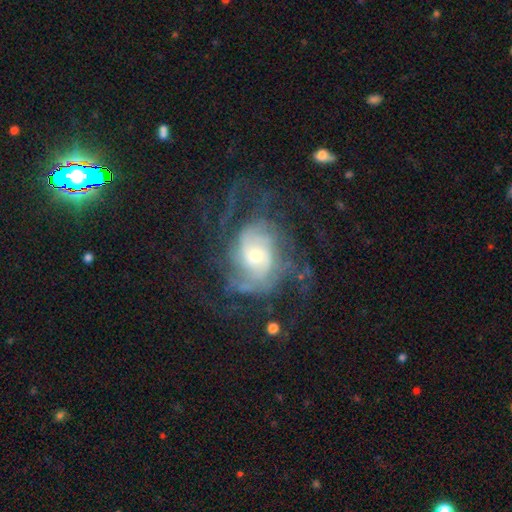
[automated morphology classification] smooth-or-featured: featured or disk: 83% | smooth: 9% | star or artifact: 7%
  disk-edge-on: no: 97% | yes: 3%
    bar: no: 69% | weak: 25% | strong: 6%
    has-spiral-arms: yes: 92% | no: 8%
      spiral-winding: tight: 42% | medium: 39% | loose: 19%
      spiral-arm-count: can't tell: 35% | 2: 24% | 3: 16% | 4: 11% | more than 4: 7% | 1: 7%
    bulge-size: small: 47% | moderate: 43% | large: 7% | dominant: 1% | none: 1%
  merging: none: 58% | major disturbance: 24% | minor disturbance: 17% | merger: 2%